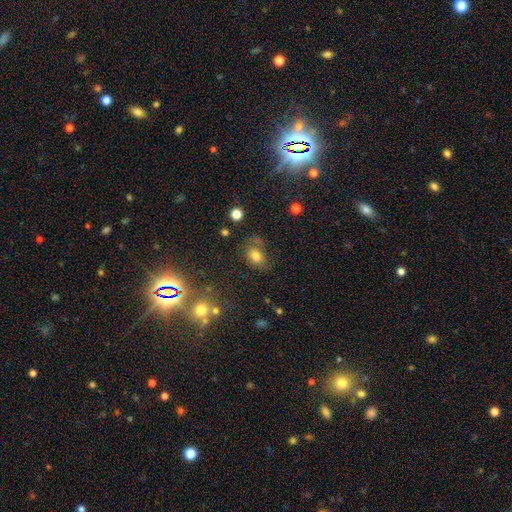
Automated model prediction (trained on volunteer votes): A smooth galaxy with no disk features (68%) that is in between round and cigar-shaped (67%). Merging: none (53%).